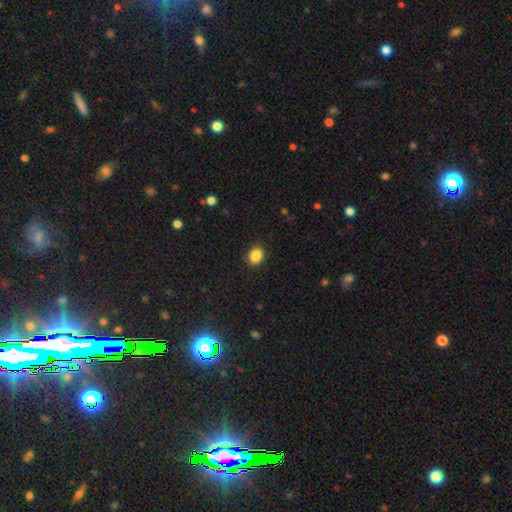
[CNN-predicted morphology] This appears to be a smooth galaxy with no disk features (87%) that is round (51%). Merging: none (87%).